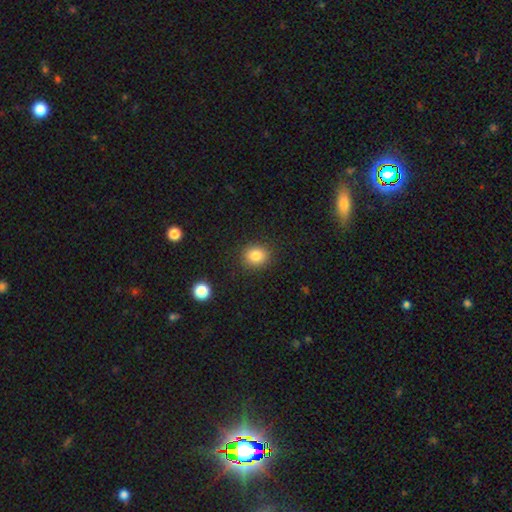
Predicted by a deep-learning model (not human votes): The model was most divided on "how rounded": round: 71%, in between: 28%, cigar-shaped: 1%. More confident: merging — none (88%); smooth or featured — smooth (84%).